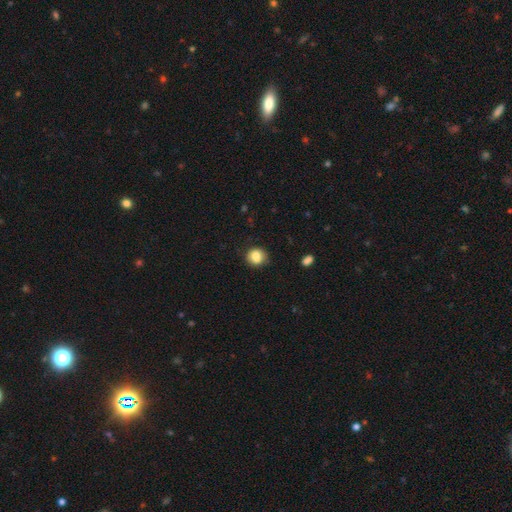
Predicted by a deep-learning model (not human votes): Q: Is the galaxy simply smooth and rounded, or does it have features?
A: smooth — 83%.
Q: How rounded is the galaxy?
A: round — 78%.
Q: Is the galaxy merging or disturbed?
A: none — 77%.